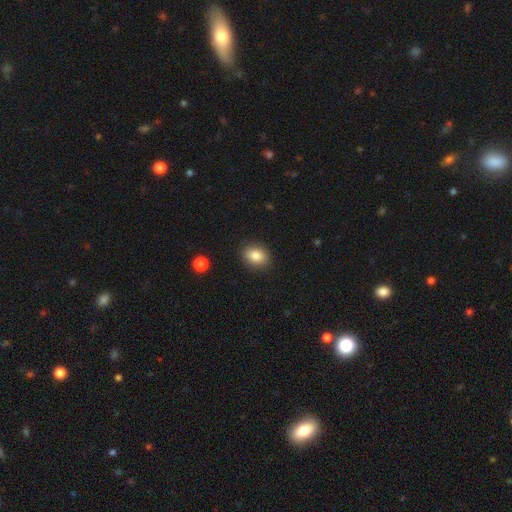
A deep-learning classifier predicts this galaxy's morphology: smooth 83%, star or artifact 9%, featured or disk 7%. Down the decision tree: how rounded — in between (59%); merging — none (88%).